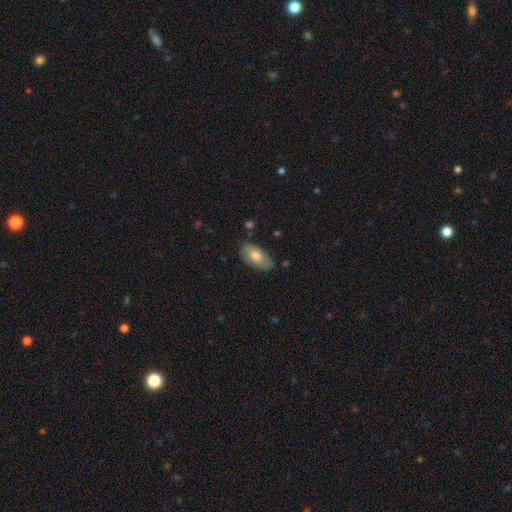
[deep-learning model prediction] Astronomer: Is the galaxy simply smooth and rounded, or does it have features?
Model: smooth — 74%.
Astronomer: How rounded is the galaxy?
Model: in between — 93%.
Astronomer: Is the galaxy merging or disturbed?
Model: none — 77%.